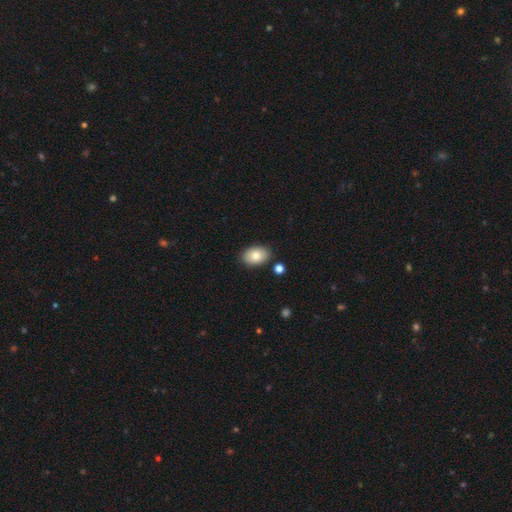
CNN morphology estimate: smooth_or_featured: smooth (p=0.83) [alt: featured or disk p=0.10]
how_rounded: in between (p=0.89) [alt: round p=0.10]
merging: none (p=0.86) [alt: minor disturbance p=0.09]